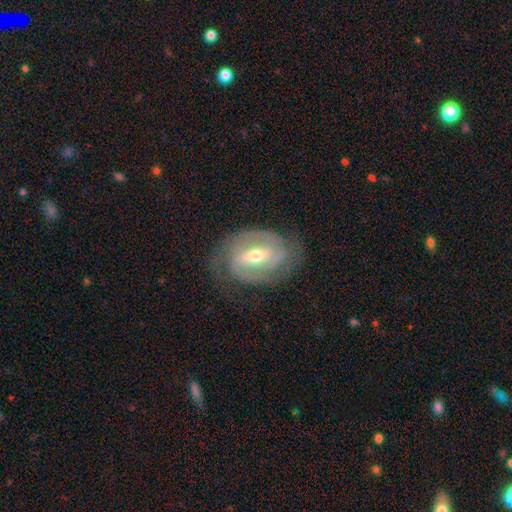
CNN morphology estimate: featured or disk 86%, smooth 9%, star or artifact 5%. Down the decision tree: edge-on disk — no (96%); bar — strong (50%); spiral arms — yes (93%); spiral arm count — 2 (77%); spiral winding — tight (60%); bulge size — moderate (64%); merging — none (79%).